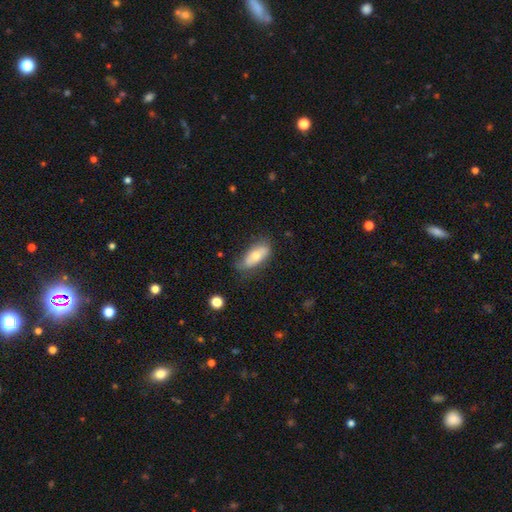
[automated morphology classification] This appears to be a smooth galaxy with no disk features (62%) that is in between round and cigar-shaped (80%). Merging: none (65%).